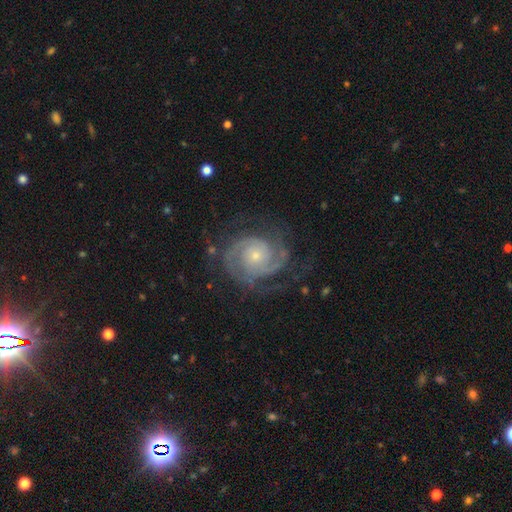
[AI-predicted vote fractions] smooth-or-featured: featured or disk: 90% | smooth: 5% | star or artifact: 5%
  disk-edge-on: no: 98% | yes: 2%
    bar: no: 76% | weak: 19% | strong: 5%
    has-spiral-arms: yes: 98% | no: 2%
      spiral-winding: tight: 63% | medium: 32% | loose: 6%
      spiral-arm-count: 2: 56% | 3: 20% | can't tell: 11% | 4: 5% | 1: 4% | more than 4: 4%
    bulge-size: small: 72% | moderate: 23% | none: 2% | large: 2% | dominant: 1%
  merging: none: 70% | minor disturbance: 17% | major disturbance: 11% | merger: 1%